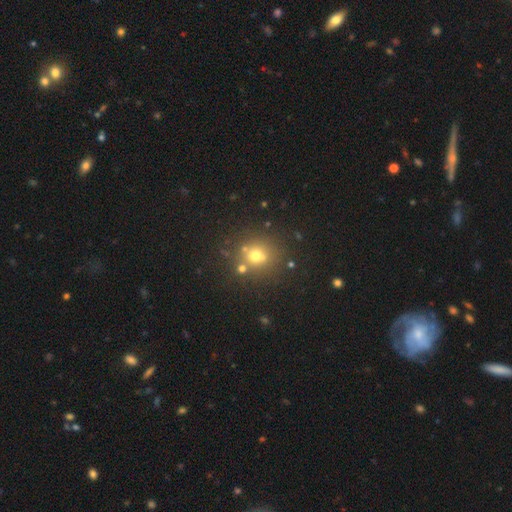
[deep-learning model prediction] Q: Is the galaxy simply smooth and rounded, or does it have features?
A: smooth — 63%.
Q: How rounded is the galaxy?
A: round — 85%.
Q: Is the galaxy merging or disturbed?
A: none — 68%.